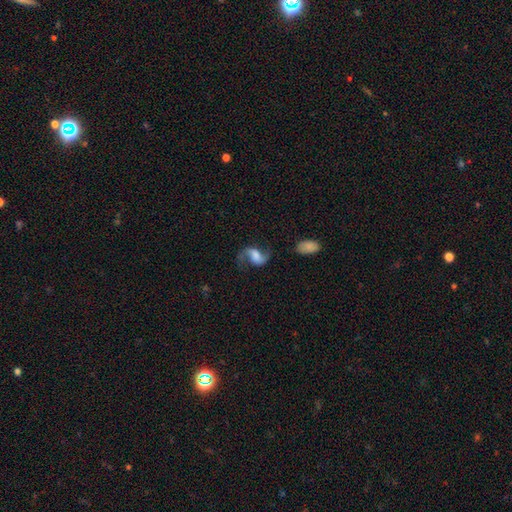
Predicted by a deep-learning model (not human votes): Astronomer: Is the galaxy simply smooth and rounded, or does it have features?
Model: featured or disk — 79%.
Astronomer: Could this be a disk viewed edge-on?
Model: no — 97%.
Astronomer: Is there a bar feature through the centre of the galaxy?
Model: weak — 44% (runner-up: no, 35%).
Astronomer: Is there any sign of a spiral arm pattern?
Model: yes — 95%.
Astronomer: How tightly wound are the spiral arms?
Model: loose — 72%.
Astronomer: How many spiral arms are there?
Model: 2 — 92%.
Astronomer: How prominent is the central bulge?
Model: moderate — 29% (runner-up: large, 26%).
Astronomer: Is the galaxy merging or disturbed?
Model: none — 66%.